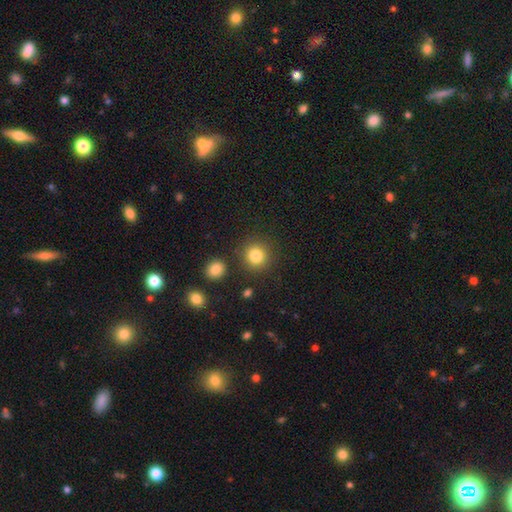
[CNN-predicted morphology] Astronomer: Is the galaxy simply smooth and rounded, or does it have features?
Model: smooth — 84%.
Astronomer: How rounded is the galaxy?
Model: round — 91%.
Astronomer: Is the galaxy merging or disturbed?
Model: none — 86%.